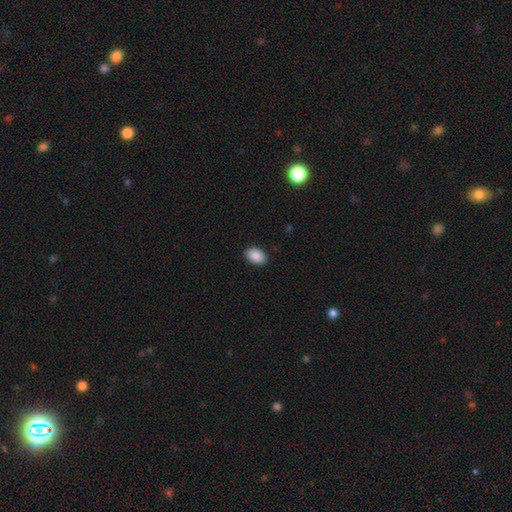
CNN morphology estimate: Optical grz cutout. It shows a smooth galaxy with no disk features (90%) that is in between round and cigar-shaped (89%). Merging: none (90%).